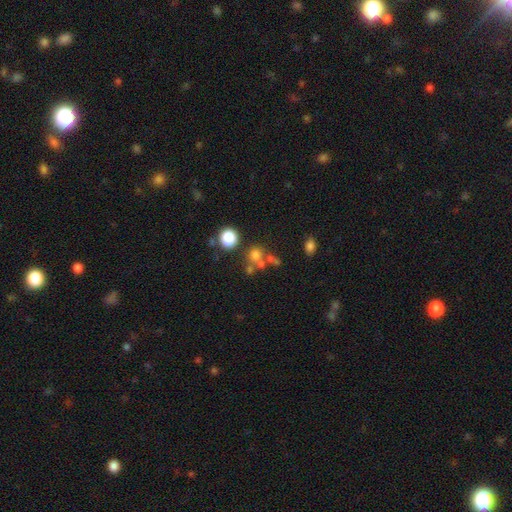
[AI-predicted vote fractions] This appears to be a smooth galaxy with no disk features (65%) that is round (82%). Merging: none (53%).